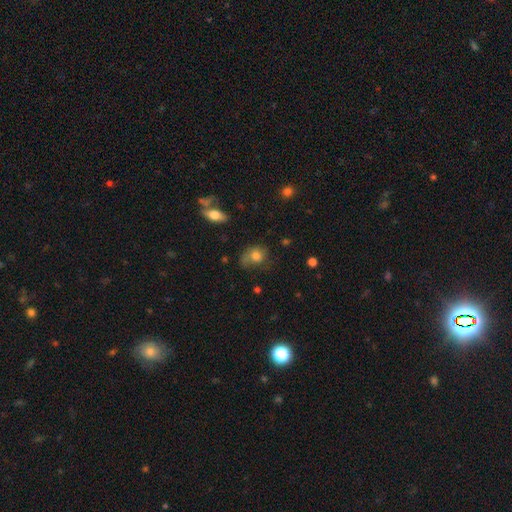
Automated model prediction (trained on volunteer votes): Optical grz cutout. It shows a smooth galaxy with no disk features (70%) that is round (51%). Merging: none (43%).